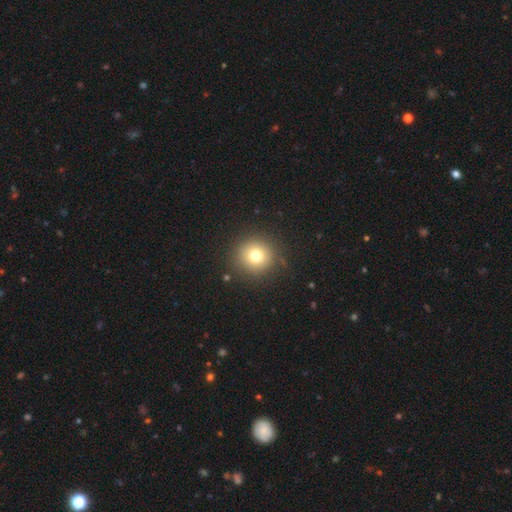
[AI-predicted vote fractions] Smooth or featured? Predicted: smooth (p=0.75). How rounded? Predicted: round (p=0.93). Merging? Predicted: none (p=0.87).